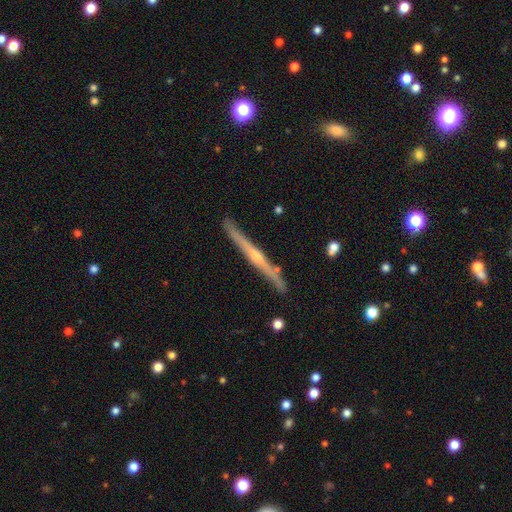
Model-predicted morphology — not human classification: A featured or disk galaxy (74%) viewed edge-on (98%) with a rounded central bulge (66%).

Vote fractions:
- Smooth or featured? featured or disk: 74% / smooth: 21% / star or artifact: 5%
- Edge-on disk? yes: 98% / no: 2%
- Edge-on bulge? rounded: 66% / none: 27% / boxy: 6%
- Merging? none: 87% / minor disturbance: 9% / merger: 2% / major disturbance: 2%